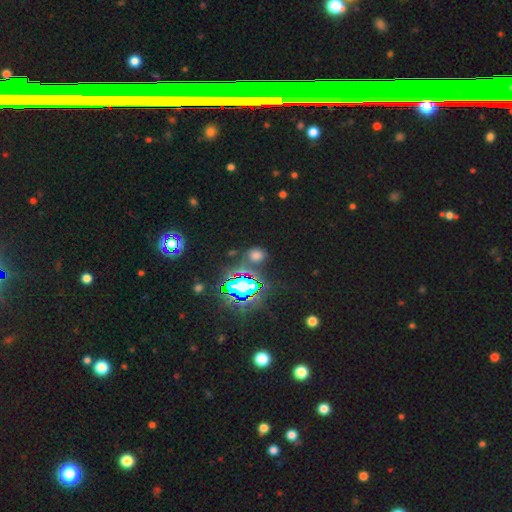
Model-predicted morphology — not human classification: A smooth galaxy with no disk features (47%).

Vote fractions:
- Smooth or featured? smooth: 47% / star or artifact: 45% / featured or disk: 8%
- Merging? none: 77% / minor disturbance: 12% / merger: 6% / major disturbance: 5%